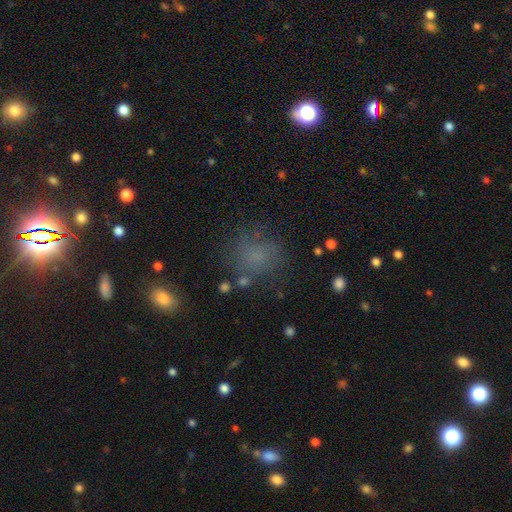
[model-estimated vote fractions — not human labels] Smooth or featured?
  - smooth: 65% *
  - star or artifact: 22%
  - featured or disk: 13%
How rounded?
  - round: 76% *
  - in between: 22%
  - cigar-shaped: 1%
Merging?
  - none: 71% *
  - minor disturbance: 16%
  - major disturbance: 10%
  - merger: 3%